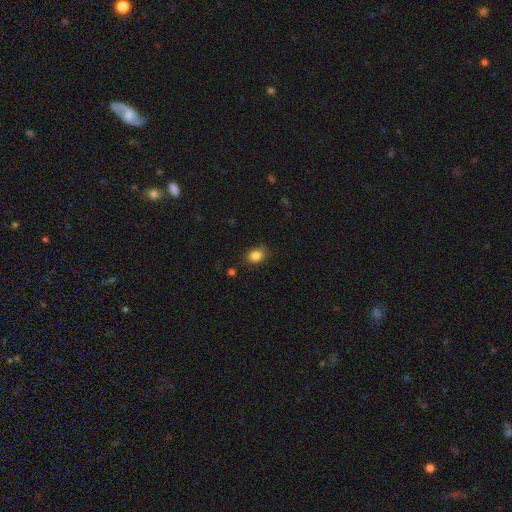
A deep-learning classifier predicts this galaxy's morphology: Smooth or featured: smooth — 85% (star or artifact — 10%)
How rounded: round — 54% (in between — 45%)
Merging: none — 78% (minor disturbance — 17%)